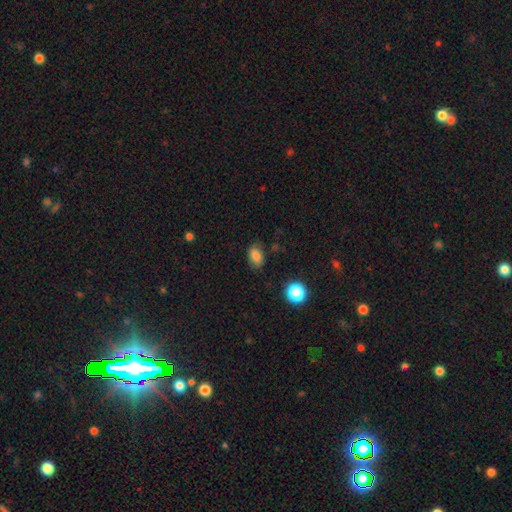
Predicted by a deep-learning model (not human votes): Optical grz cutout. It shows a smooth galaxy with no disk features (81%) that is in between round and cigar-shaped (82%). Merging: none (77%).